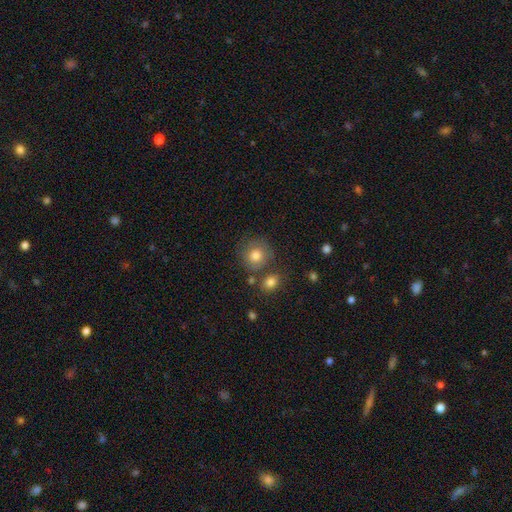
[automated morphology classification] Smooth or featured: smooth — 80% (featured or disk — 11%)
How rounded: round — 86% (in between — 13%)
Merging: none — 71% (minor disturbance — 14%)